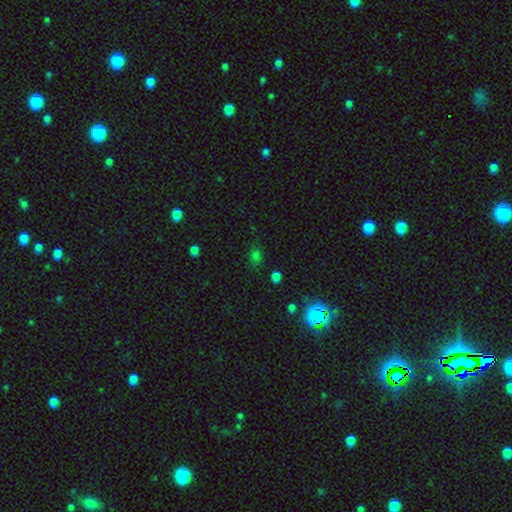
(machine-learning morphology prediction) This is likely a smooth galaxy (65%). How rounded: likely in between (61%). Merging: likely none (73%).